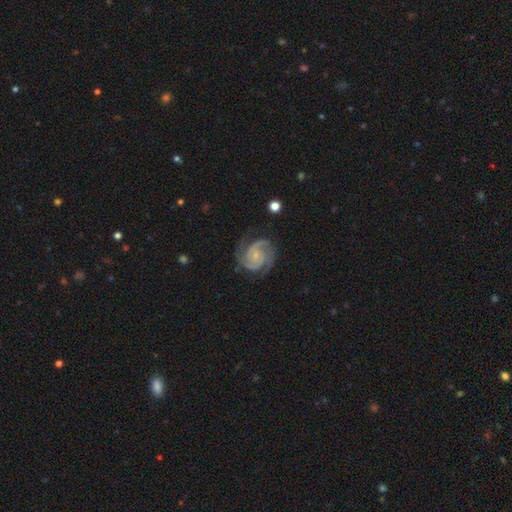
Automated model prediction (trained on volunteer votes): The model was most divided on "spiral winding": tight: 56%, medium: 38%, loose: 5%. More confident: spiral arms — yes (98%); edge-on disk — no (98%); smooth or featured — featured or disk (91%); bulge size — small (77%); merging — none (77%); spiral arm count — 2 (72%); bar — no (67%).